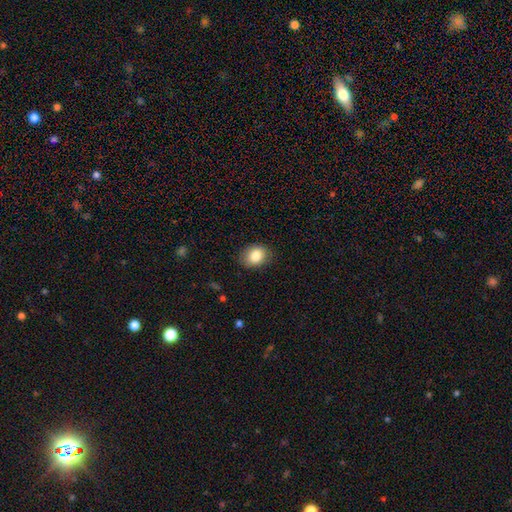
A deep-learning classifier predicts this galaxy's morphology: smooth 85%, star or artifact 8%, featured or disk 7%. Down the decision tree: how rounded — in between (61%); merging — none (84%).